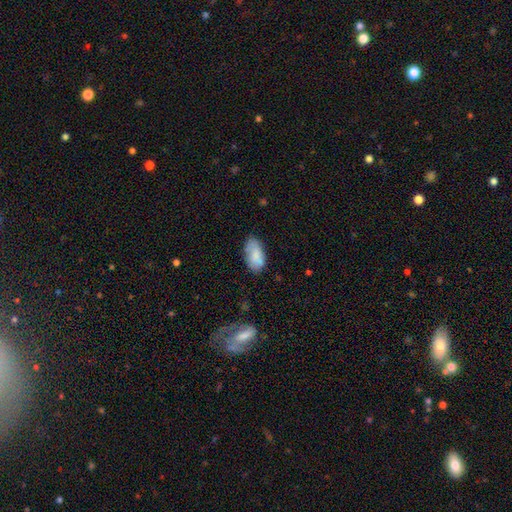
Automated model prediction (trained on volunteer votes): smooth-or-featured: smooth: 81% | featured or disk: 12% | star or artifact: 7%
  how-rounded: in between: 94% | round: 3% | cigar-shaped: 3%
  merging: none: 70% | minor disturbance: 22% | major disturbance: 5% | merger: 3%